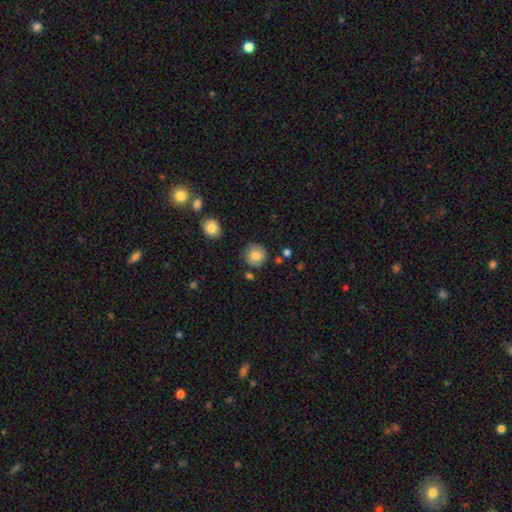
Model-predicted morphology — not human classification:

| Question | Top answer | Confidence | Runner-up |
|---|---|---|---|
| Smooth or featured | smooth | 80% | featured or disk (11%) |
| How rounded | round | 92% | in between (7%) |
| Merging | none | 82% | minor disturbance (12%) |